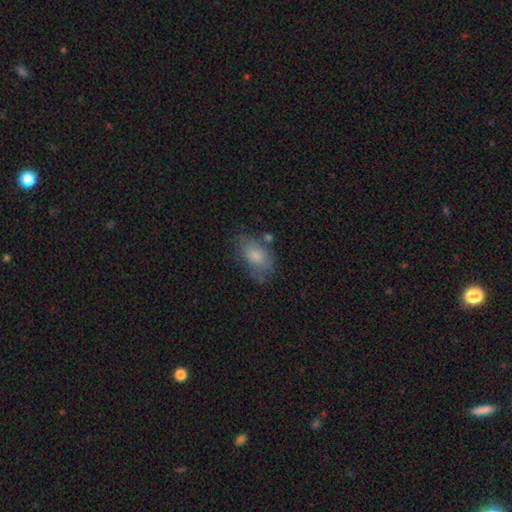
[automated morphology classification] This appears to be a smooth galaxy with no disk features (75%) that is in between round and cigar-shaped (89%). Merging: none (56%).